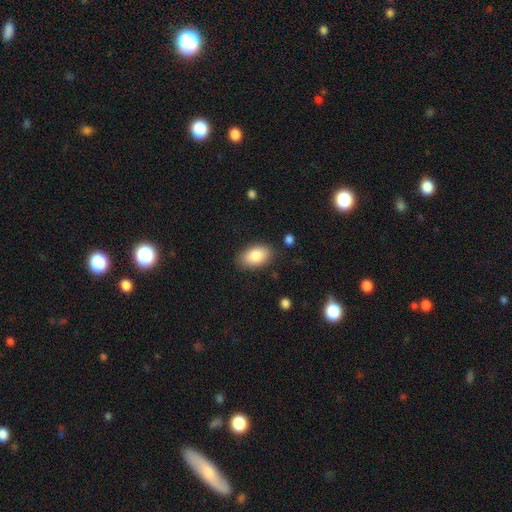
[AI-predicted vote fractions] Morphology: type=smooth (85%); roundness=in between (93%); merging=none (84%).